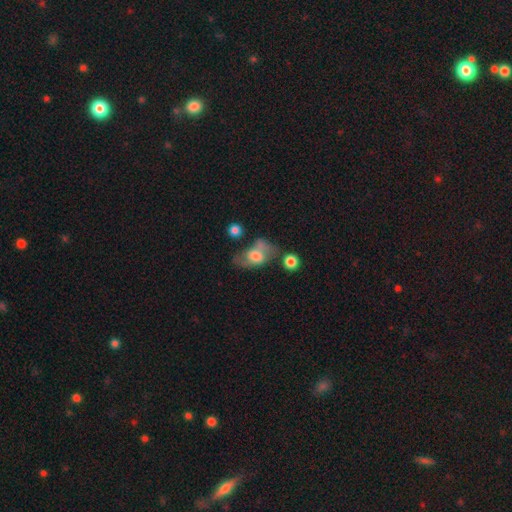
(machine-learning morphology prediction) Smooth or featured? smooth (49%)
Merging? none (42%)